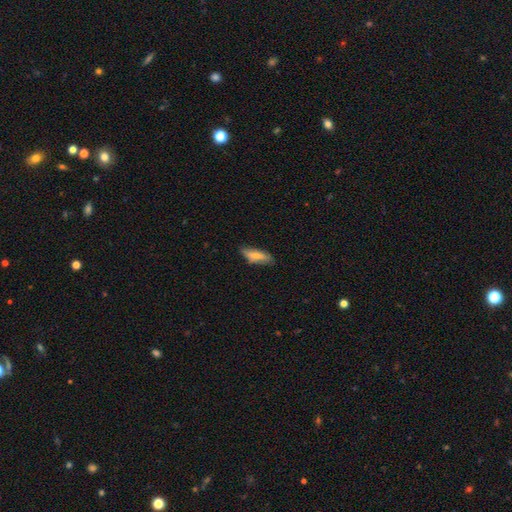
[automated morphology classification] Q: Smooth or featured?
A: smooth (65%); runner-up: featured or disk (29%)
Q: How rounded?
A: in between (61%); runner-up: cigar-shaped (36%)
Q: Merging?
A: none (74%); runner-up: minor disturbance (21%)